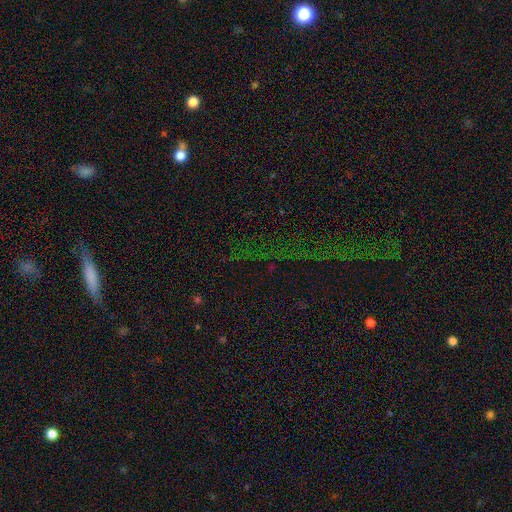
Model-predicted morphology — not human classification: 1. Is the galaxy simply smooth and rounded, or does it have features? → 62% star or artifact, 20% smooth, 18% featured or disk.